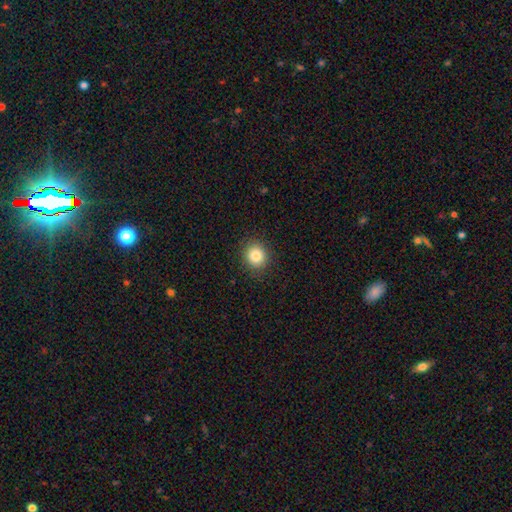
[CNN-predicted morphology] Q: Smooth or featured?
A: smooth (83%); runner-up: star or artifact (10%)
Q: How rounded?
A: round (81%); runner-up: in between (18%)
Q: Merging?
A: none (90%); runner-up: minor disturbance (7%)